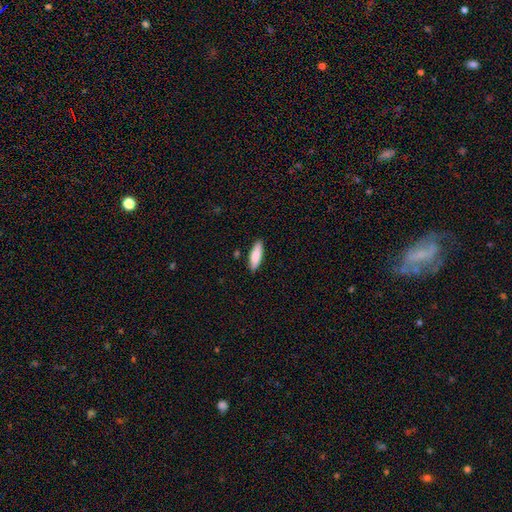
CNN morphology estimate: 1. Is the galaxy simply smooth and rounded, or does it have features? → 83% smooth, 11% featured or disk, 6% star or artifact.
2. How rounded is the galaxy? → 54% in between, 44% cigar-shaped, 2% round.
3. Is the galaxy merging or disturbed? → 87% none, 10% minor disturbance, 2% major disturbance, 2% merger.